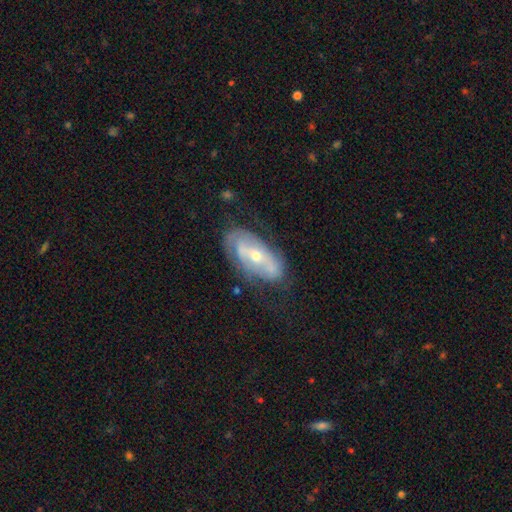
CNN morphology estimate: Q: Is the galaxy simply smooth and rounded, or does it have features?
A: featured or disk — 74%.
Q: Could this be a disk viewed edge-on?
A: no — 90%.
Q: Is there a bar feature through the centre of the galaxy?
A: no — 40%.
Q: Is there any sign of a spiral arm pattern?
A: yes — 71%.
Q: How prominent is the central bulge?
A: small — 52%.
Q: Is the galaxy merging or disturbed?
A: none — 65%.